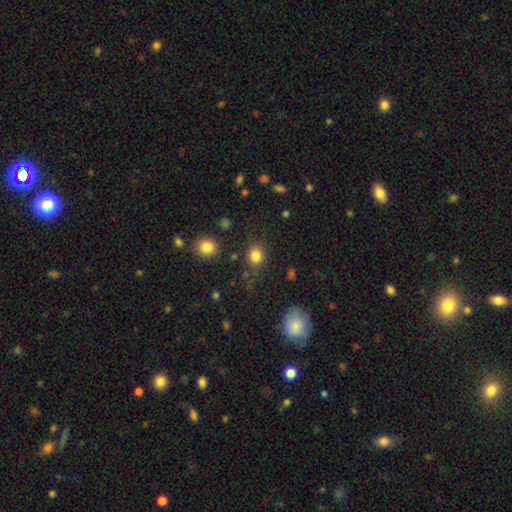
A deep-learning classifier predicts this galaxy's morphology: Overall: smooth (83%). How rounded: round (73%). Merging: none (73%).